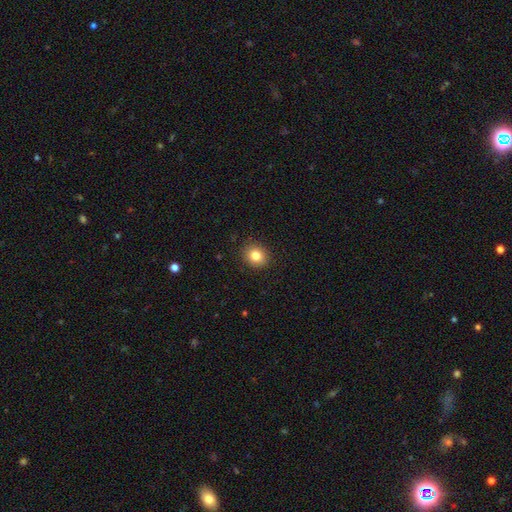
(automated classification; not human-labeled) Overall: smooth (82%). How rounded: round (75%). Merging: none (91%).